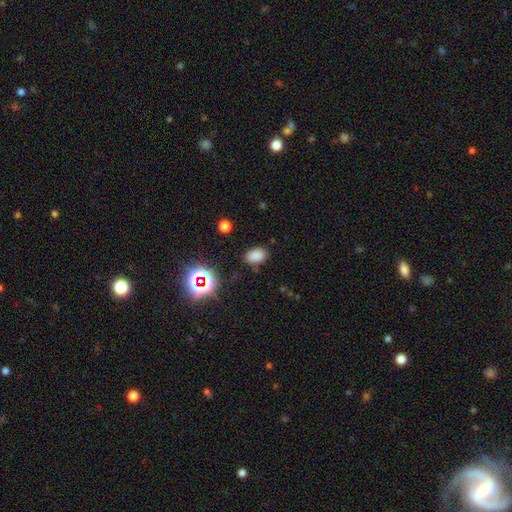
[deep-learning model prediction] smooth_or_featured: smooth (p=0.77) [alt: star or artifact p=0.18]
how_rounded: in between (p=0.85) [alt: round p=0.14]
merging: none (p=0.82) [alt: minor disturbance p=0.12]